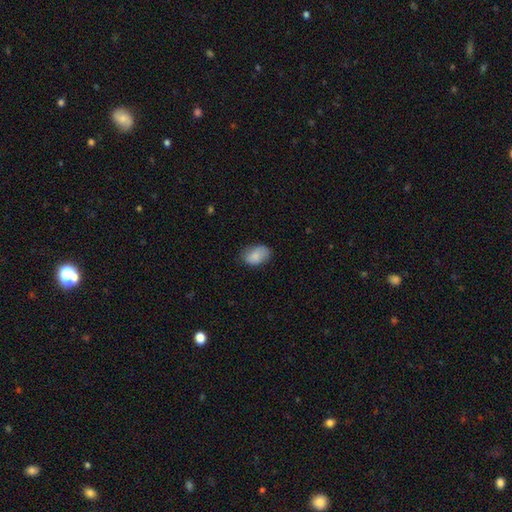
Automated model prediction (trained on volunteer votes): This is clearly a smooth galaxy (84%). How rounded: clearly in between (87%). Merging: likely none (71%).